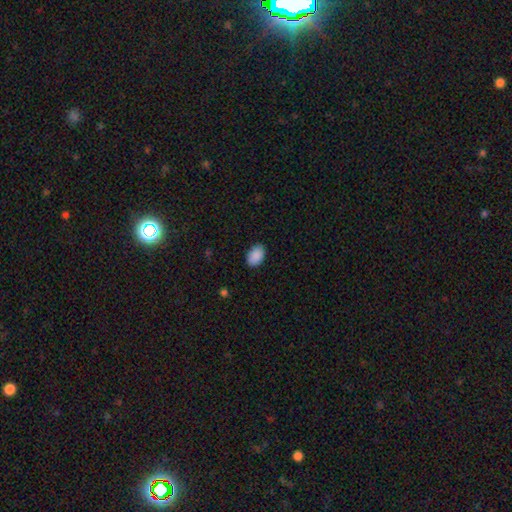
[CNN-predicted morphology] A smooth galaxy with no disk features (90%) that is in between round and cigar-shaped (89%). Merging: none (87%).